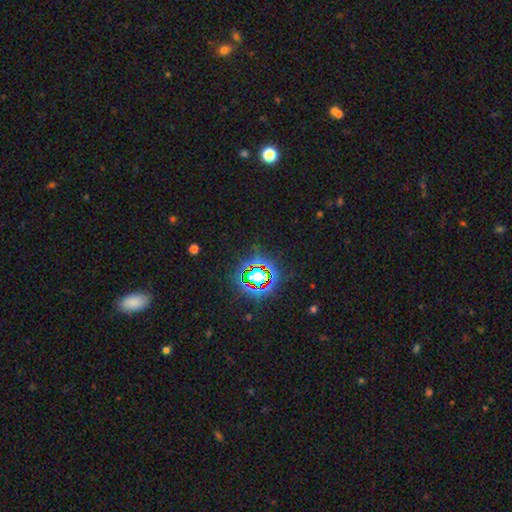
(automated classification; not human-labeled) The model was most divided on "smooth or featured": star or artifact: 78%, smooth: 13%, featured or disk: 8%.